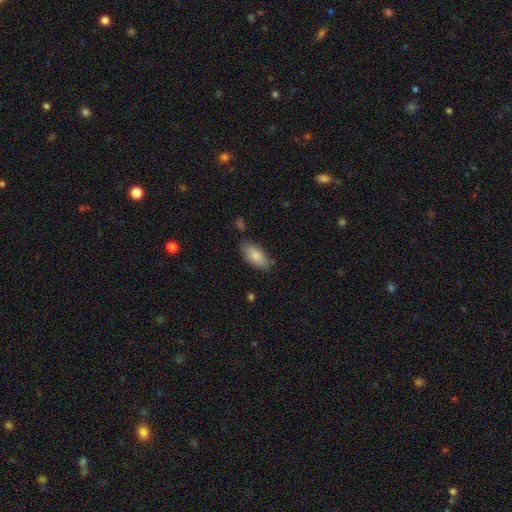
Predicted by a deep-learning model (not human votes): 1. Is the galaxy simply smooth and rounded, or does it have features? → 84% smooth, 9% featured or disk, 6% star or artifact.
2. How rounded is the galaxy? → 90% in between, 8% cigar-shaped, 2% round.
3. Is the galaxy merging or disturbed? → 78% none, 16% minor disturbance, 3% merger, 3% major disturbance.